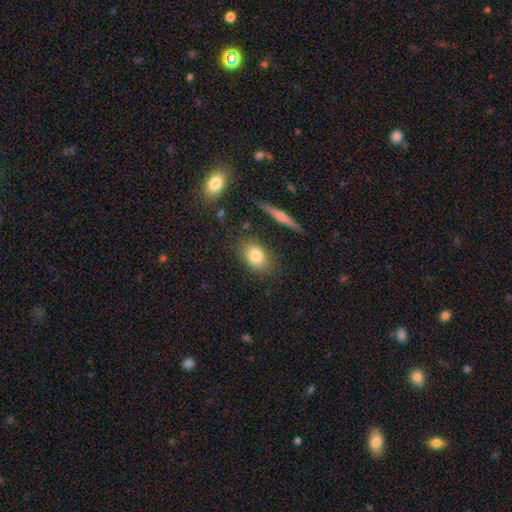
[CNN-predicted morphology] Overall: smooth (78%). How rounded: in between (68%). Merging: none (79%).